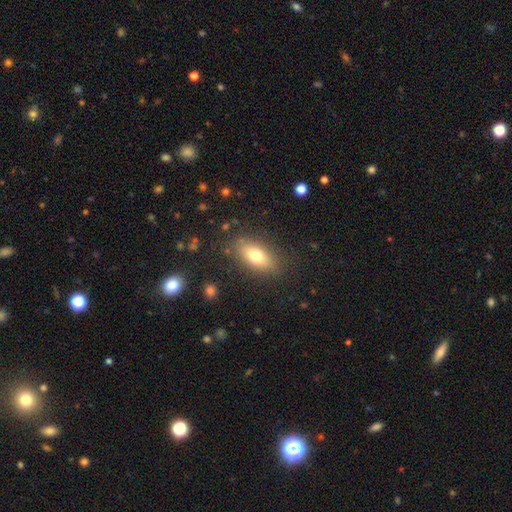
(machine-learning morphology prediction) A smooth galaxy with no disk features (74%) that is in between round and cigar-shaped (84%).

Vote fractions:
- Smooth or featured? smooth: 74% / featured or disk: 17% / star or artifact: 9%
- How rounded? in between: 84% / cigar-shaped: 8% / round: 8%
- Merging? none: 83% / minor disturbance: 11% / major disturbance: 4% / merger: 2%